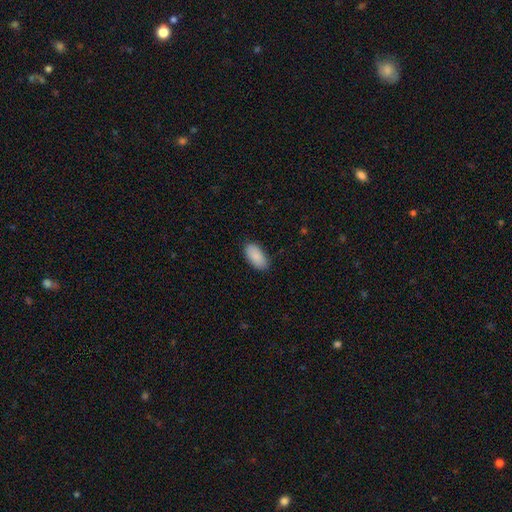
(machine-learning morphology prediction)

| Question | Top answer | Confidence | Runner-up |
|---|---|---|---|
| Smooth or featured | smooth | 90% | star or artifact (6%) |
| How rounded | in between | 94% | cigar-shaped (4%) |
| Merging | none | 84% | minor disturbance (13%) |